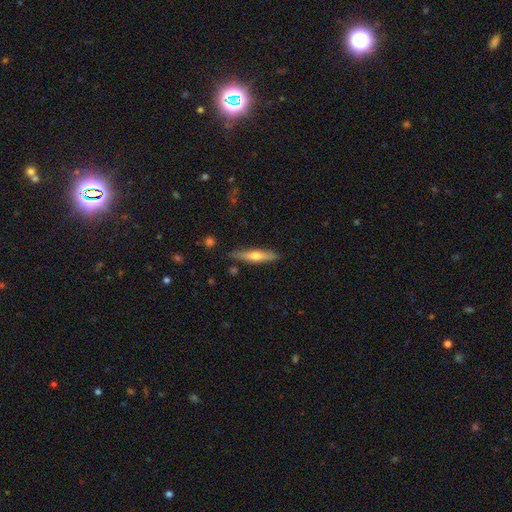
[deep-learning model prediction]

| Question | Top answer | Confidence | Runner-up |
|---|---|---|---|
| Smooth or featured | featured or disk | 51% | smooth (43%) |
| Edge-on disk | yes | 93% | no (7%) |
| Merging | none | 85% | minor disturbance (10%) |